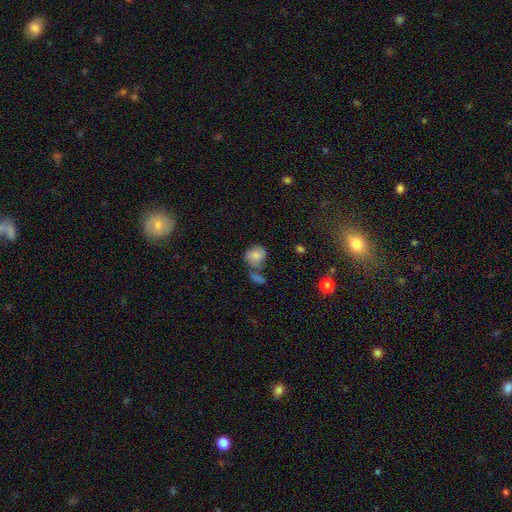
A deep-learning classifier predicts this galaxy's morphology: smooth-or-featured: smooth: 71% | featured or disk: 20% | star or artifact: 9%
  how-rounded: round: 64% | in between: 34% | cigar-shaped: 1%
  merging: none: 41% | merger: 27% | minor disturbance: 20% | major disturbance: 12%